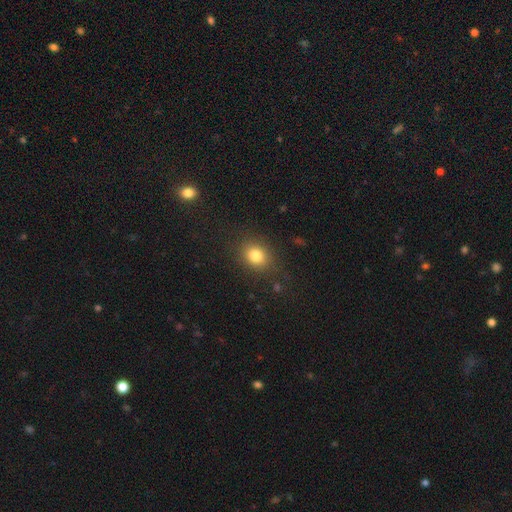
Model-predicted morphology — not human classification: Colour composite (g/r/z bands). It shows a smooth galaxy with no disk features (81%) that is round (55%). Merging: none (83%).